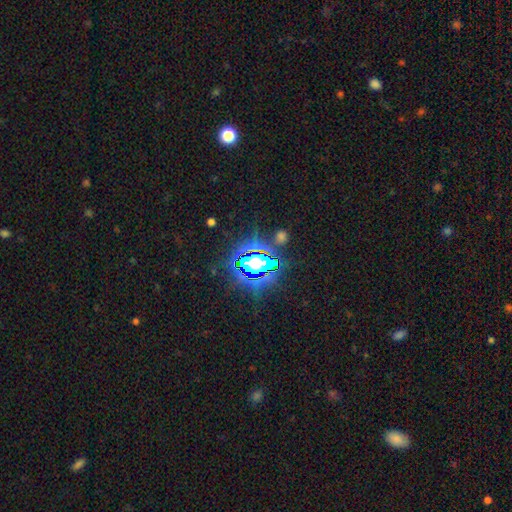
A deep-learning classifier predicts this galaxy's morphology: type=star or artifact (80%).